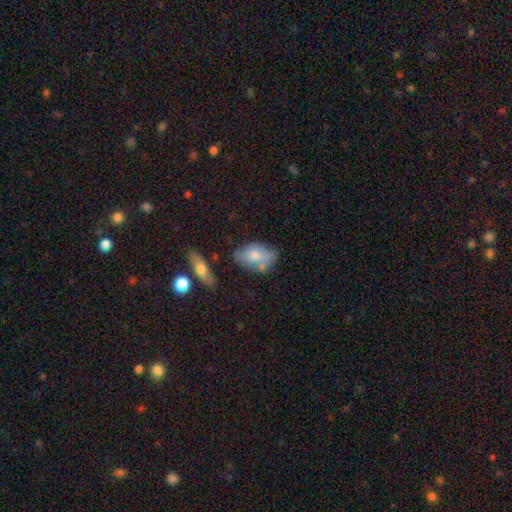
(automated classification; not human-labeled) The model was most divided on "merging": none: 53%, minor disturbance: 27%, merger: 11%, major disturbance: 9%. More confident: how rounded — in between (90%); smooth or featured — smooth (69%).